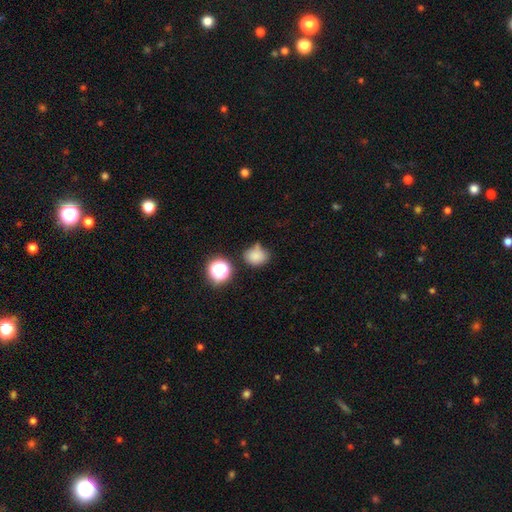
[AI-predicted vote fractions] A smooth galaxy with no disk features (79%) that is round (57%).

Vote fractions:
- Smooth or featured? smooth: 79% / star or artifact: 15% / featured or disk: 7%
- How rounded? round: 57% / in between: 42% / cigar-shaped: 1%
- Merging? none: 58% / minor disturbance: 25% / merger: 11% / major disturbance: 7%